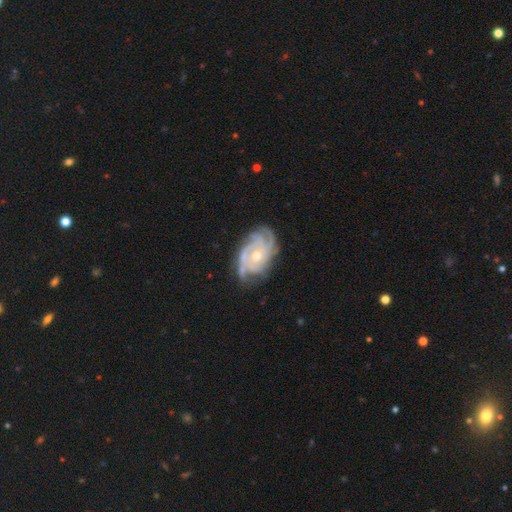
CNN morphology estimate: A featured or disk galaxy (89%) with no bar (75%), 3 (30%) tight (67%) spiral arms (97%) and a moderate central bulge (54%). Merging: none (72%).